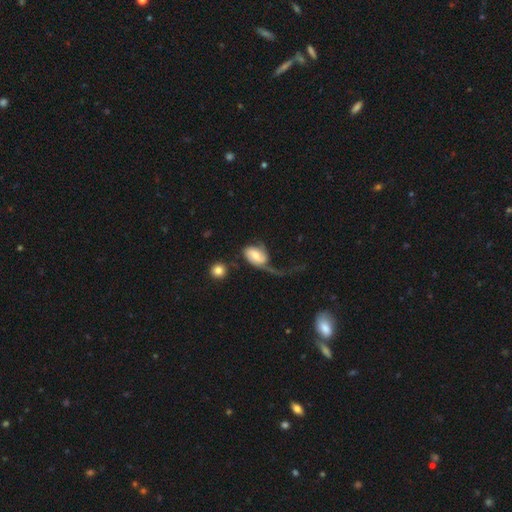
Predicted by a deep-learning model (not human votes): This is possibly a featured or disk galaxy (56%). It is clearly not viewed edge-on (95%). Bar: marginally no (42%). Spiral arm pattern: clearly yes (82%). Central bulge: possibly moderate (47%). Merging: possibly major disturbance (57%).